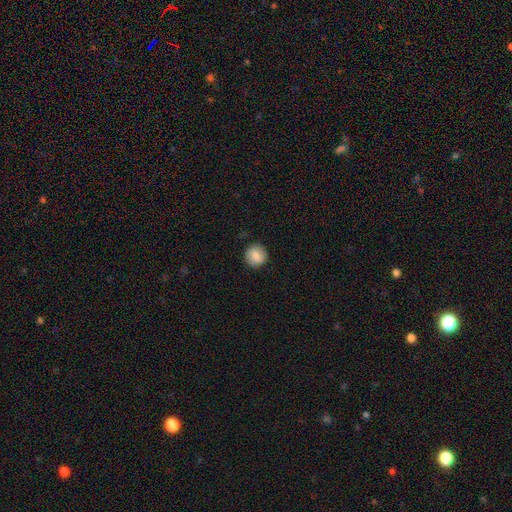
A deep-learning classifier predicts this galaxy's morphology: Smooth or featured? Predicted: smooth (p=0.83). How rounded? Predicted: round (p=0.92). Merging? Predicted: none (p=0.89).